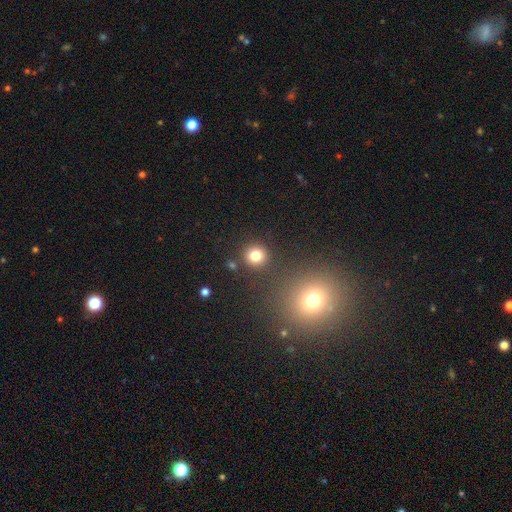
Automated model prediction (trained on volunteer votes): smooth-or-featured: smooth: 80% | star or artifact: 14% | featured or disk: 6%
  how-rounded: round: 91% | in between: 8% | cigar-shaped: 1%
  merging: none: 85% | minor disturbance: 7% | merger: 5% | major disturbance: 3%